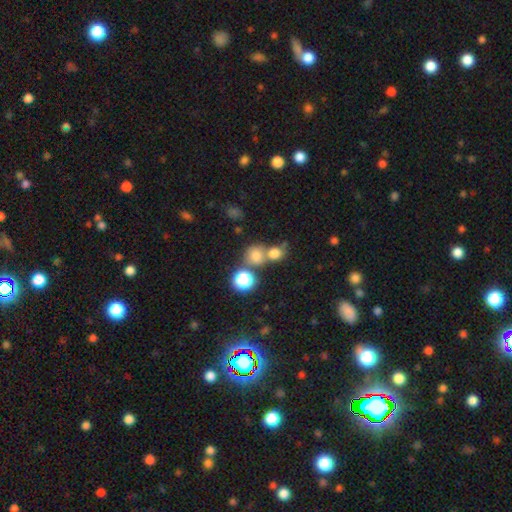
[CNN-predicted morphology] Smooth or featured?
  - smooth: 72% *
  - star or artifact: 20%
  - featured or disk: 9%
How rounded?
  - round: 78% *
  - in between: 21%
  - cigar-shaped: 1%
Merging?
  - none: 47% *
  - merger: 41%
  - minor disturbance: 8%
  - major disturbance: 4%